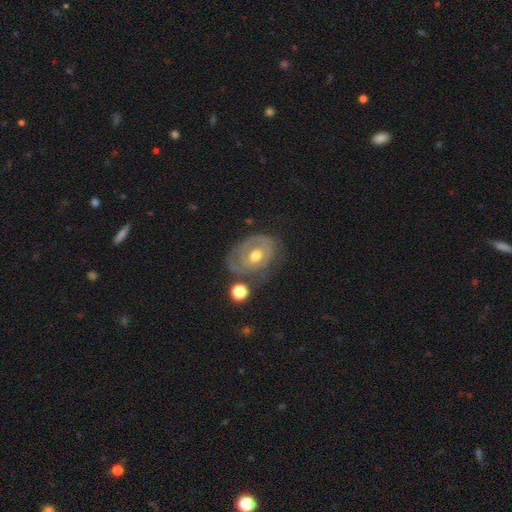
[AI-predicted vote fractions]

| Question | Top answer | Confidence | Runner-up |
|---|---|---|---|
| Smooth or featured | featured or disk | 75% | smooth (19%) |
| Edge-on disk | no | 96% | yes (4%) |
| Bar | no | 68% | weak (26%) |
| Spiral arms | yes | 71% | no (29%) |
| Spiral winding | tight | 66% | medium (25%) |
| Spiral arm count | can't tell | 33% | 2 (29%) |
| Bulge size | moderate | 76% | small (16%) |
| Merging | none | 55% | minor disturbance (25%) |